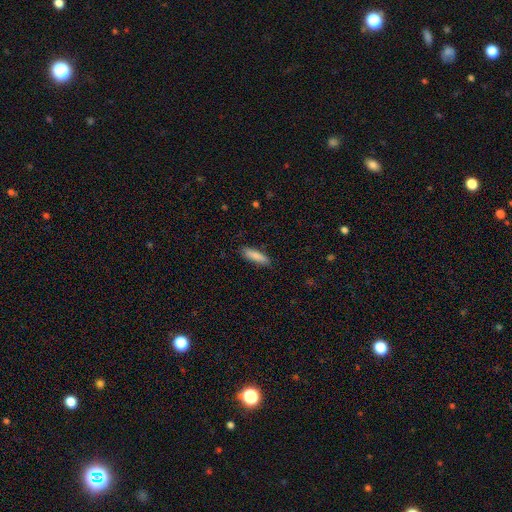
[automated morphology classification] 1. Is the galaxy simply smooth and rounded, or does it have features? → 86% smooth, 8% featured or disk, 6% star or artifact.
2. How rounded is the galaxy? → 64% cigar-shaped, 34% in between, 2% round.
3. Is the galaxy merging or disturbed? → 87% none, 10% minor disturbance, 2% major disturbance, 1% merger.